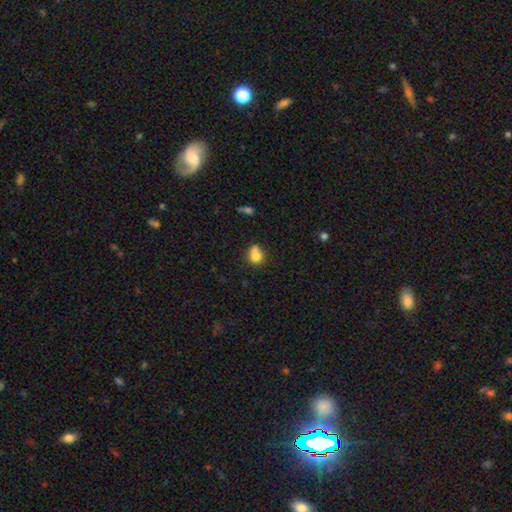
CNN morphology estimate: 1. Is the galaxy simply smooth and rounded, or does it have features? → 78% smooth, 11% featured or disk, 11% star or artifact.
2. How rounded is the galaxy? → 70% round, 29% in between, 1% cigar-shaped.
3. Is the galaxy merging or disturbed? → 42% none, 31% merger, 20% minor disturbance, 8% major disturbance.